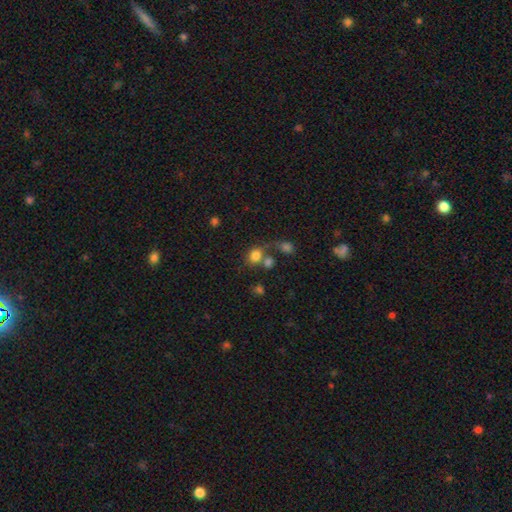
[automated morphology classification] This is clearly a smooth galaxy (80%). How rounded: likely round (64%). Merging: possibly none (52%).